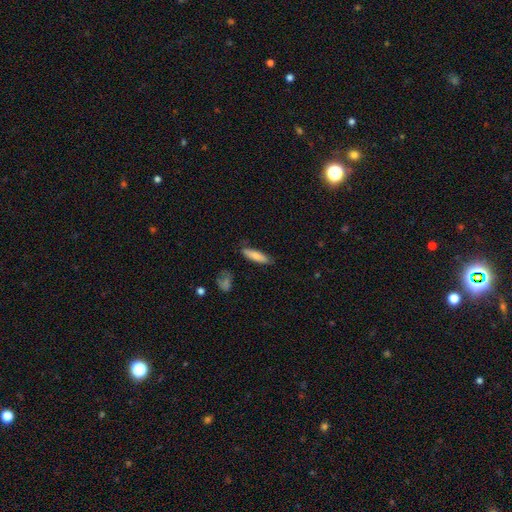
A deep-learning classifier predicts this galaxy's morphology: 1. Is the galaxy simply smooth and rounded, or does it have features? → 79% smooth, 15% featured or disk, 6% star or artifact.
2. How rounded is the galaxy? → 61% cigar-shaped, 37% in between, 2% round.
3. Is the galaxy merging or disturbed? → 77% none, 17% minor disturbance, 4% major disturbance, 2% merger.